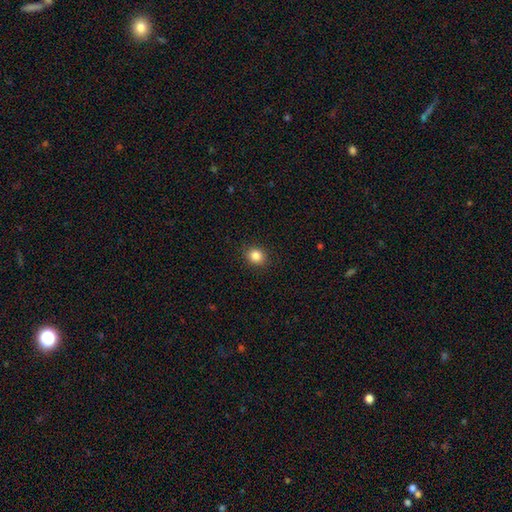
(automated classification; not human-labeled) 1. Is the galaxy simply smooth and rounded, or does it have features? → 85% smooth, 11% star or artifact, 5% featured or disk.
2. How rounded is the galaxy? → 78% round, 22% in between, 1% cigar-shaped.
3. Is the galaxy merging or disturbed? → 91% none, 6% minor disturbance, 2% major disturbance, 1% merger.